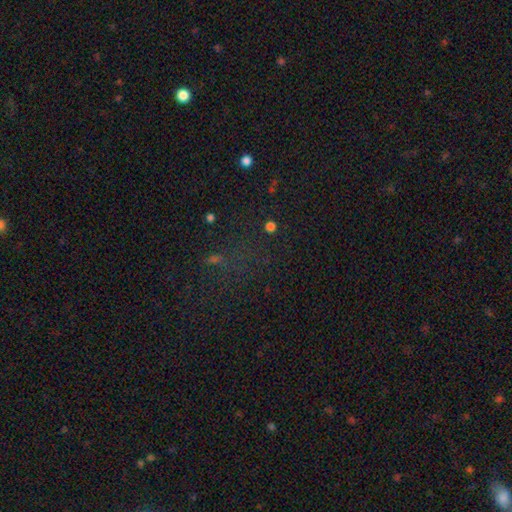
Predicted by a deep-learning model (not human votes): A star or artifact, not a galaxy (60%).